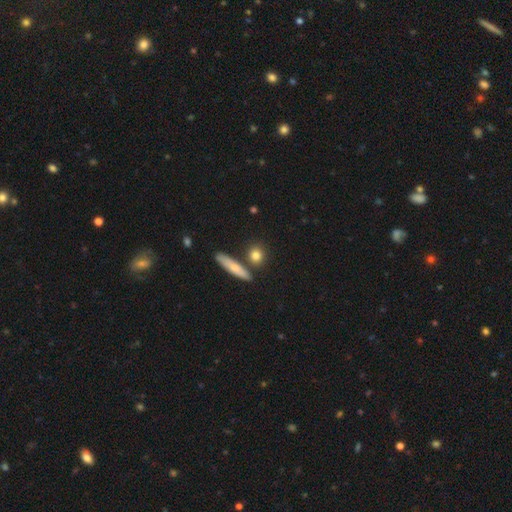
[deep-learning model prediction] Smooth or featured? smooth (80%)
How rounded? round (66%)
Merging? none (78%)